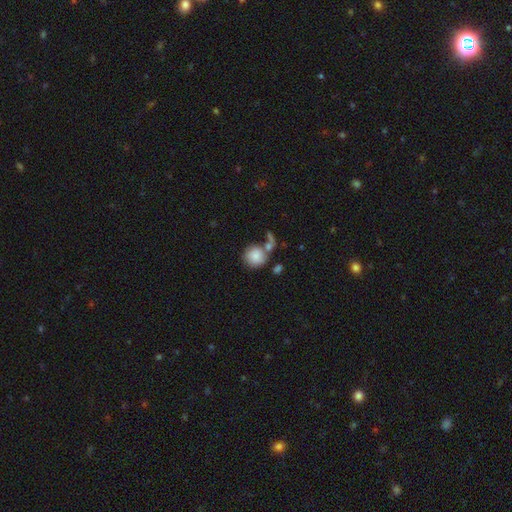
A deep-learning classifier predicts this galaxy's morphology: smooth 84%, featured or disk 9%, star or artifact 7%. Down the decision tree: how rounded — round (88%); merging — none (49%).